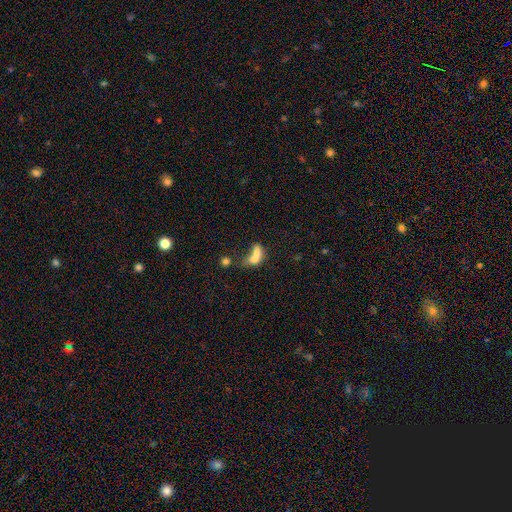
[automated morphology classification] Smooth or featured? smooth (65%)
How rounded? in between (67%)
Merging? merger (70%)